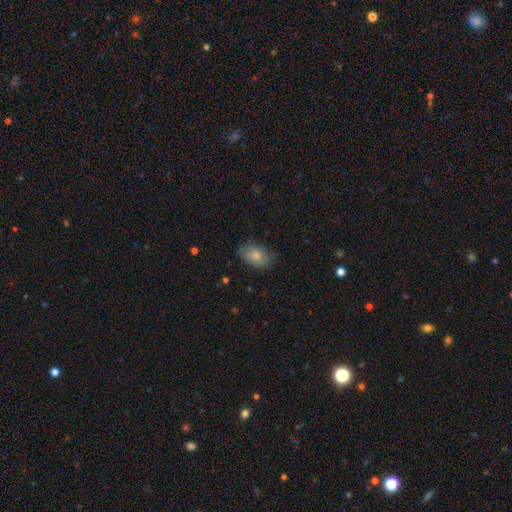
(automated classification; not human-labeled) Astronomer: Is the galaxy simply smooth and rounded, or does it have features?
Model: smooth — 76%.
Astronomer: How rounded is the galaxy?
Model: in between — 87%.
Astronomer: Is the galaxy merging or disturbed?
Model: none — 73%.